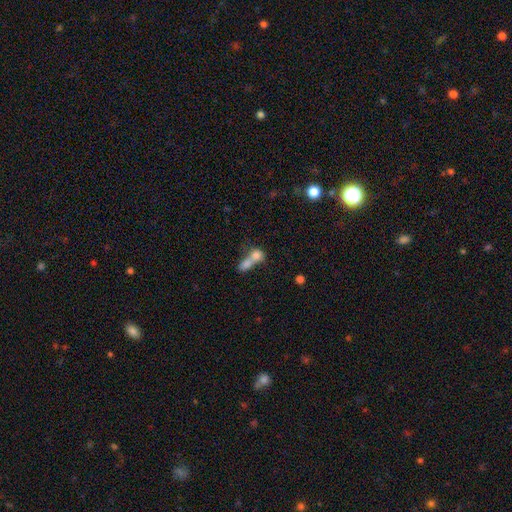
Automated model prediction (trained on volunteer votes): This is likely a smooth galaxy (73%). How rounded: possibly in between (53%). Merging: likely merger (74%).